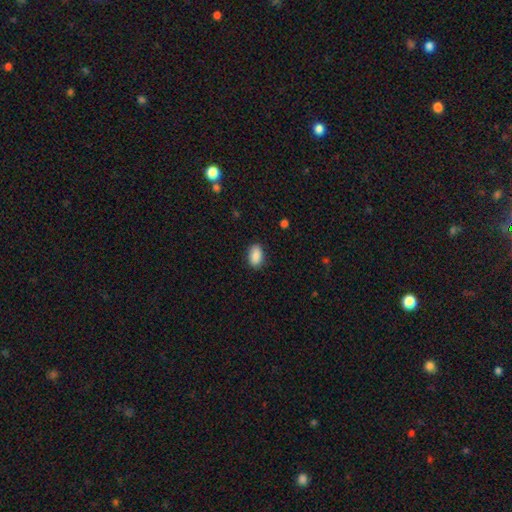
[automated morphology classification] This appears to be a smooth galaxy with no disk features (89%) that is in between round and cigar-shaped (91%). Merging: none (87%).